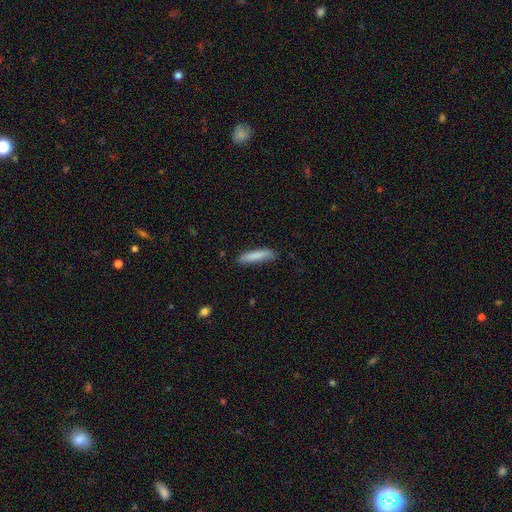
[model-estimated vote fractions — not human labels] Smooth or featured?
  - smooth: 82% *
  - featured or disk: 12%
  - star or artifact: 6%
How rounded?
  - cigar-shaped: 87% *
  - in between: 12%
  - round: 1%
Merging?
  - none: 79% *
  - minor disturbance: 16%
  - major disturbance: 3%
  - merger: 2%